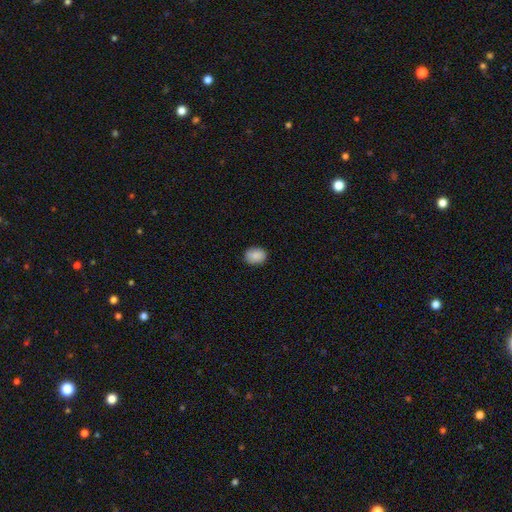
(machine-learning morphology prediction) smooth-or-featured: smooth: 86% | star or artifact: 7% | featured or disk: 7%
  how-rounded: in between: 57% | round: 42% | cigar-shaped: 1%
  merging: none: 84% | minor disturbance: 13% | major disturbance: 2% | merger: 1%